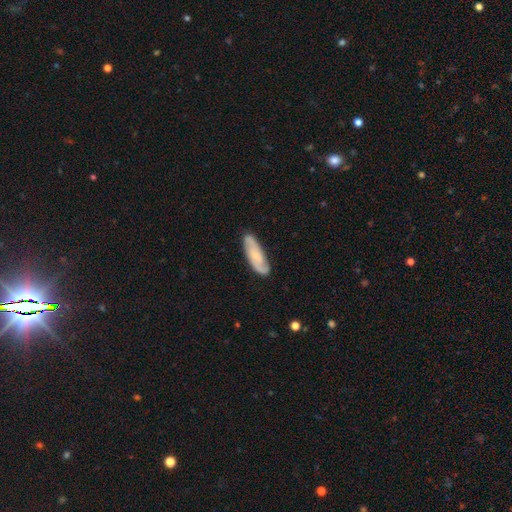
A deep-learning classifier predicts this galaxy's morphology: Q: Smooth or featured?
A: featured or disk (58%); runner-up: smooth (36%)
Q: Edge-on disk?
A: no (85%); runner-up: yes (15%)
Q: Merging?
A: none (79%); runner-up: minor disturbance (16%)